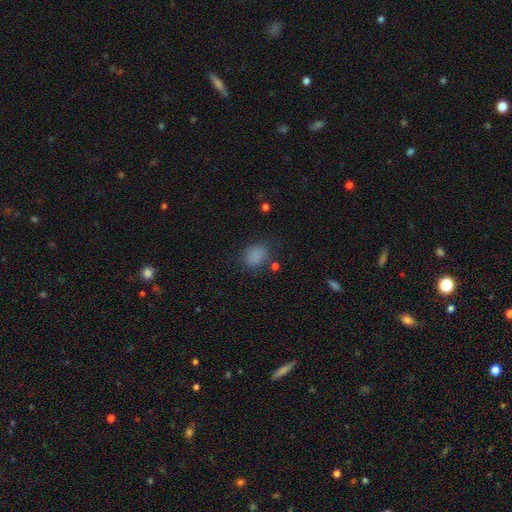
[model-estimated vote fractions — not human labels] smooth-or-featured: smooth: 81% | star or artifact: 13% | featured or disk: 5%
  how-rounded: in between: 66% | round: 33% | cigar-shaped: 1%
  merging: none: 73% | minor disturbance: 17% | major disturbance: 7% | merger: 3%